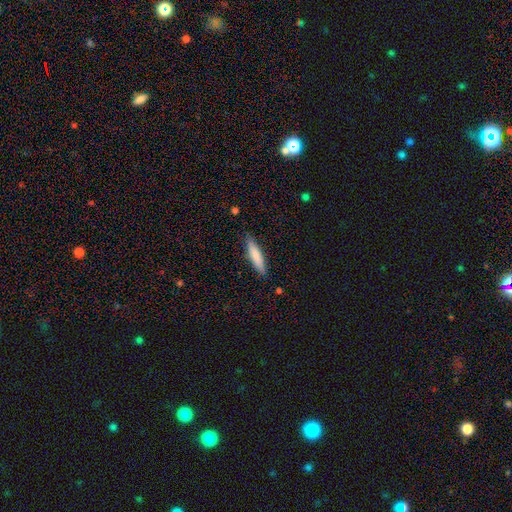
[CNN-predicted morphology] A smooth galaxy with no disk features (80%) that is cigar-shaped (83%).

Vote fractions:
- Smooth or featured? smooth: 80% / featured or disk: 14% / star or artifact: 6%
- How rounded? cigar-shaped: 83% / in between: 16% / round: 1%
- Merging? none: 86% / minor disturbance: 11% / major disturbance: 2% / merger: 1%